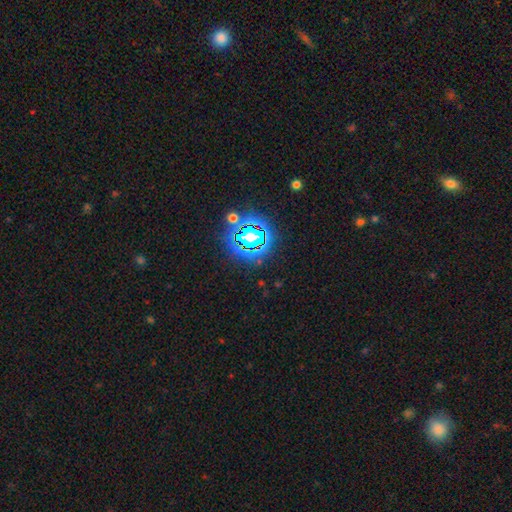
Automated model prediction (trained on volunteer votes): Smooth or featured? star or artifact (81%)